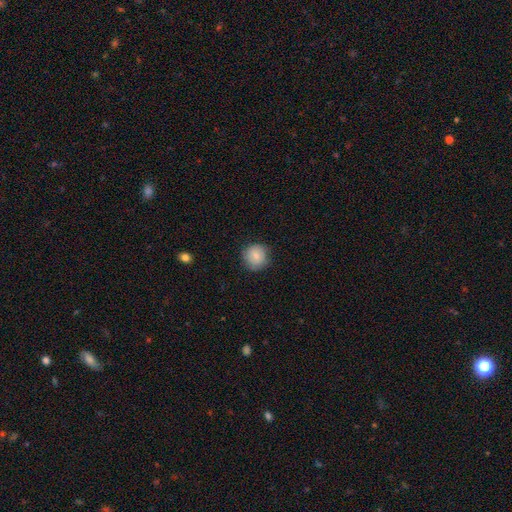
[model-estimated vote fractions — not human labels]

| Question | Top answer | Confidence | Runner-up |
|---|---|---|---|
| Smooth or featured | smooth | 82% | featured or disk (10%) |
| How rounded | round | 90% | in between (9%) |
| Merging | none | 82% | minor disturbance (14%) |